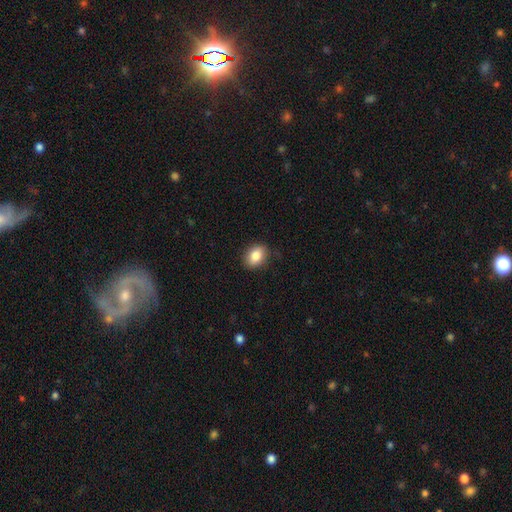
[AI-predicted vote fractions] Q: Smooth or featured?
A: smooth (84%); runner-up: star or artifact (8%)
Q: How rounded?
A: in between (73%); runner-up: round (25%)
Q: Merging?
A: none (85%); runner-up: minor disturbance (12%)